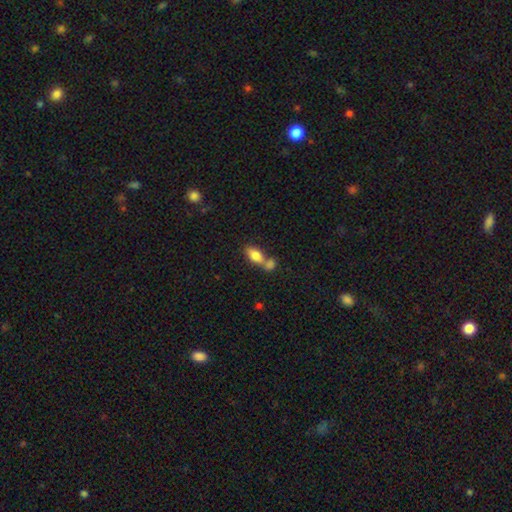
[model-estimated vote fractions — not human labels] smooth-or-featured: smooth: 78% | featured or disk: 14% | star or artifact: 8%
  how-rounded: in between: 86% | cigar-shaped: 9% | round: 5%
  merging: merger: 51% | none: 35% | minor disturbance: 10% | major disturbance: 4%